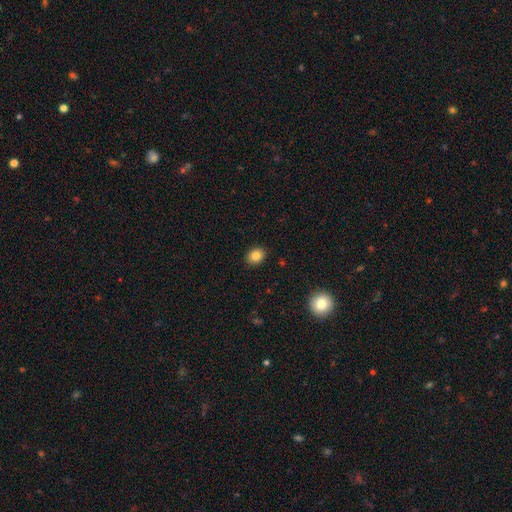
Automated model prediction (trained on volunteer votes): Q: Smooth or featured?
A: smooth (83%); runner-up: star or artifact (10%)
Q: How rounded?
A: round (53%); runner-up: in between (46%)
Q: Merging?
A: none (90%); runner-up: minor disturbance (7%)